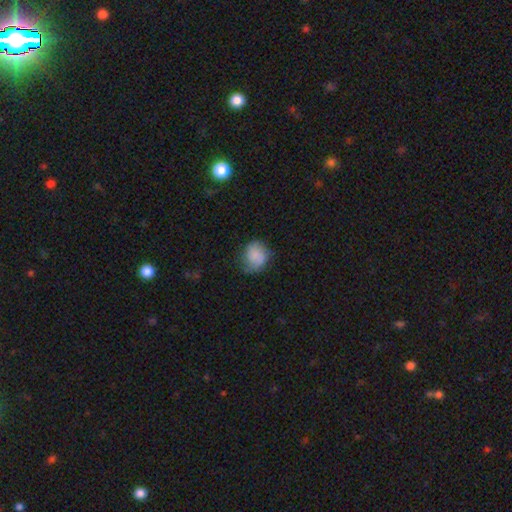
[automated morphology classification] Smooth or featured: smooth — 78% (featured or disk — 14%)
How rounded: round — 66% (in between — 33%)
Merging: none — 59% (minor disturbance — 29%)